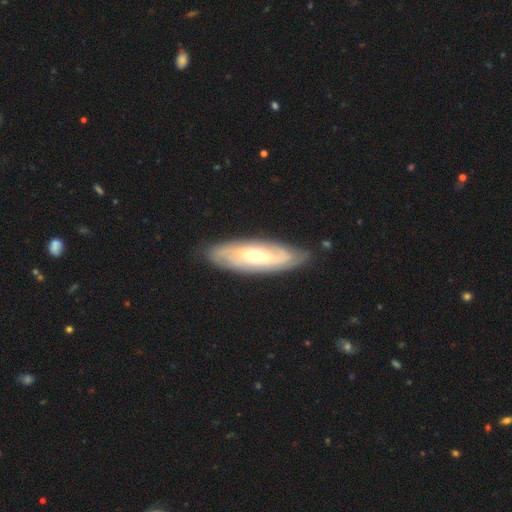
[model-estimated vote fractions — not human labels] Smooth or featured? Predicted: featured or disk (p=0.72). Edge-on disk? Predicted: no (p=0.80). Bar? Predicted: no (p=0.67). Spiral arms? Predicted: yes (p=0.85). Bulge size? Predicted: small (p=0.51). Merging? Predicted: none (p=0.83).